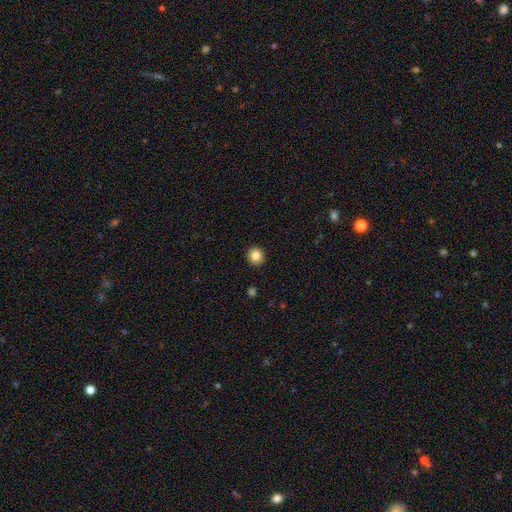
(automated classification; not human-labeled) Smooth or featured? smooth (86%)
How rounded? round (90%)
Merging? none (92%)